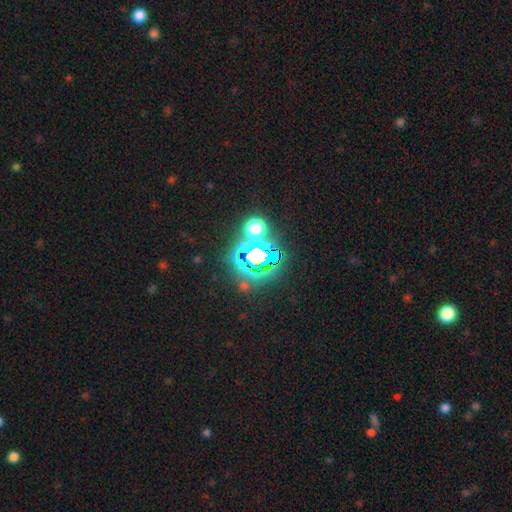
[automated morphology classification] A star or artifact, not a galaxy (71%).